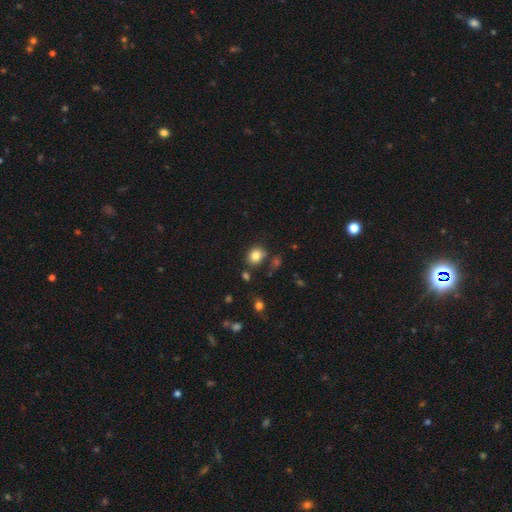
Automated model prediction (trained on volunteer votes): smooth-or-featured: smooth: 82% | star or artifact: 11% | featured or disk: 7%
  how-rounded: round: 60% | in between: 39% | cigar-shaped: 1%
  merging: none: 78% | minor disturbance: 13% | merger: 7% | major disturbance: 3%